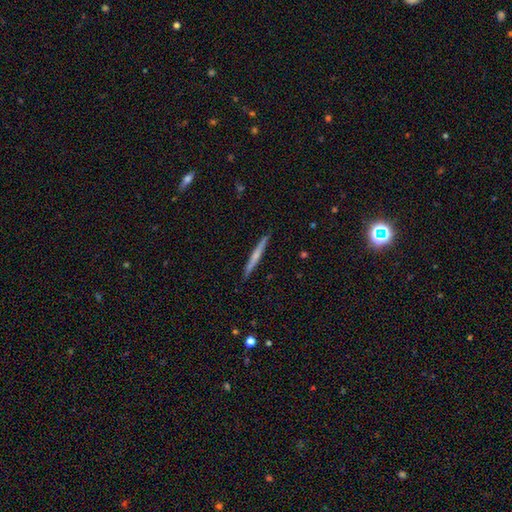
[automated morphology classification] The model was most divided on "smooth or featured": featured or disk: 51%, smooth: 44%, star or artifact: 6%. More confident: edge-on disk — yes (98%); merging — none (92%).